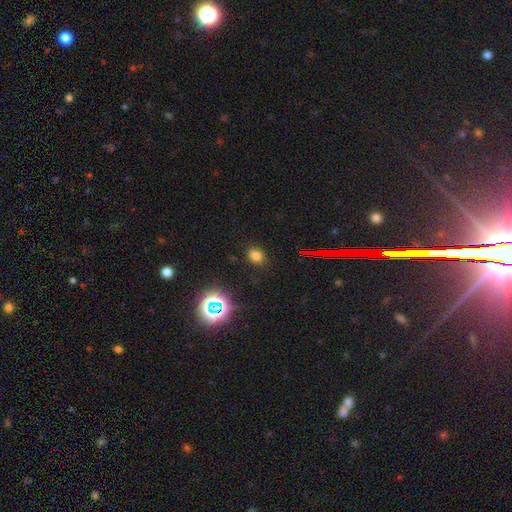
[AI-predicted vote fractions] Smooth or featured? Predicted: smooth (p=0.73). How rounded? Predicted: round (p=0.57). Merging? Predicted: none (p=0.87).